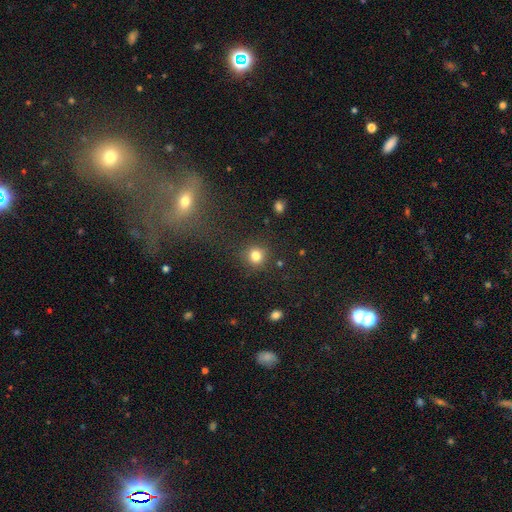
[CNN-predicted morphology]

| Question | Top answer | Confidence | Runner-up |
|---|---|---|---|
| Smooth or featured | smooth | 82% | star or artifact (13%) |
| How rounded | round | 89% | in between (10%) |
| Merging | none | 85% | minor disturbance (9%) |